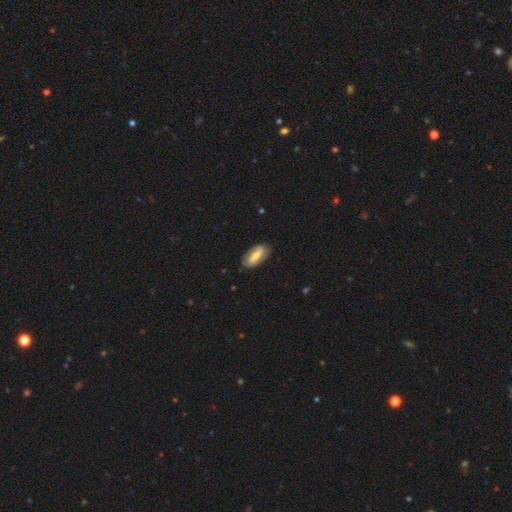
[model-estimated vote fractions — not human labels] featured or disk 53%, smooth 41%, star or artifact 6%. Down the decision tree: edge-on disk — no (85%); merging — none (83%).